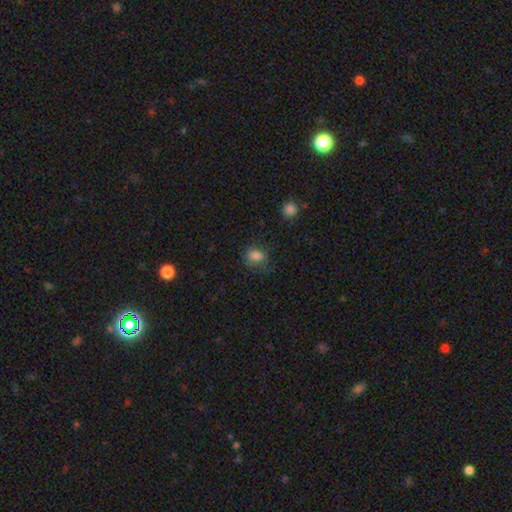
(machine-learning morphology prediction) The model was most divided on "merging": none: 57%, minor disturbance: 25%, major disturbance: 16%, merger: 2%. More confident: smooth or featured — smooth (78%); how rounded — in between (66%).